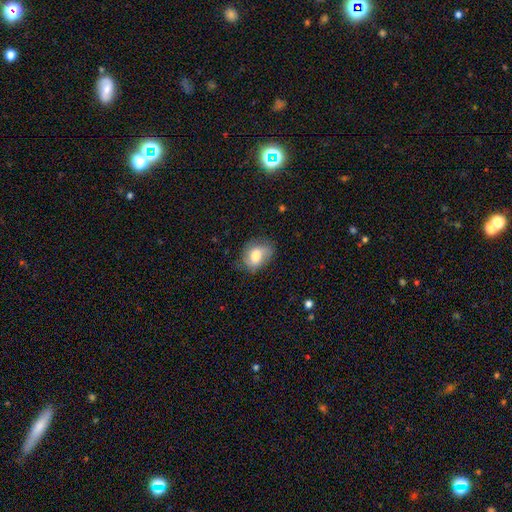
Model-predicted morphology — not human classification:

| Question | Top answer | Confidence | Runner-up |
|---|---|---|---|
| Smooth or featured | smooth | 69% | featured or disk (23%) |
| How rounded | in between | 69% | round (30%) |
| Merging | none | 62% | minor disturbance (27%) |